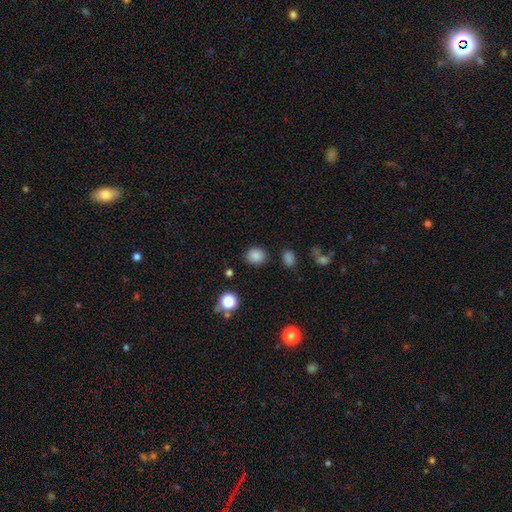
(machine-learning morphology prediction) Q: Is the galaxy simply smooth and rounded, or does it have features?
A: smooth — 84%.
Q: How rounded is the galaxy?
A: round — 80%.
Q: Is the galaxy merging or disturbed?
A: none — 85%.